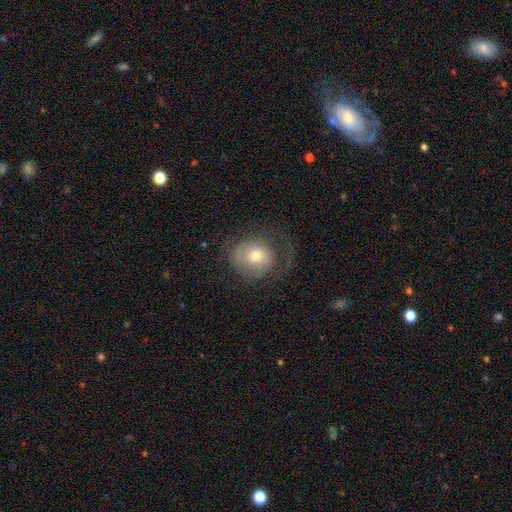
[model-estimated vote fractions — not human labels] smooth-or-featured: featured or disk: 48% | smooth: 43% | star or artifact: 9%
  merging: none: 48% | major disturbance: 31% | minor disturbance: 20% | merger: 2%